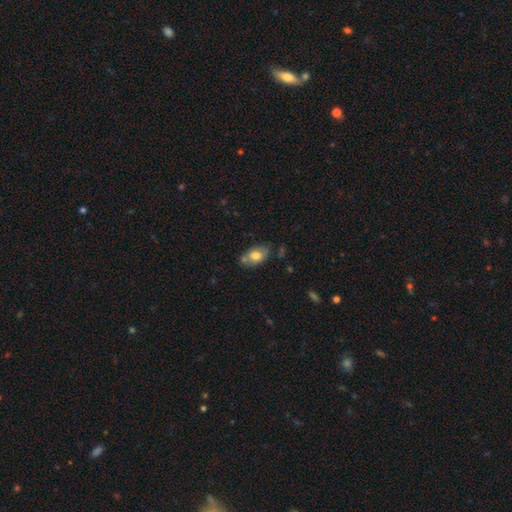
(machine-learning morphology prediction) smooth 73%, featured or disk 19%, star or artifact 7%. Down the decision tree: how rounded — in between (88%); merging — none (62%).